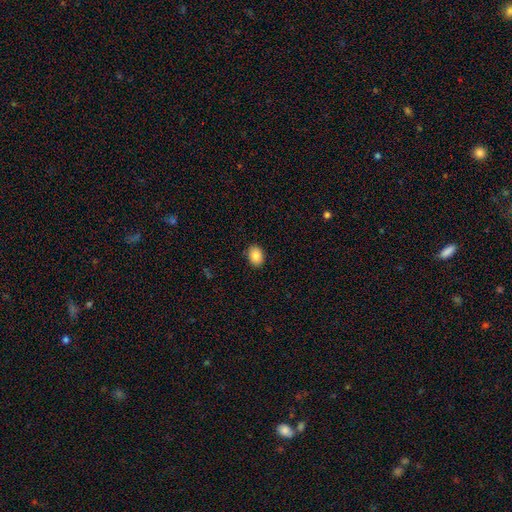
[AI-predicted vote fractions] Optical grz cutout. It shows a smooth galaxy with no disk features (87%) that is in between round and cigar-shaped (73%). Merging: none (89%).